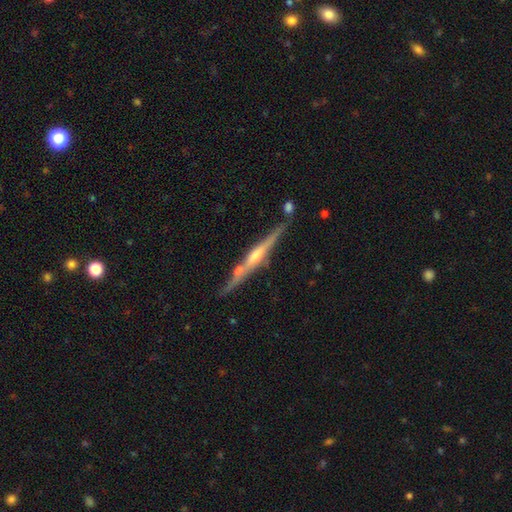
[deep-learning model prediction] Overall: featured or disk (77%). Edge-on disk: yes (97%). Edge-on bulge: rounded (63%). Merging: none (73%).